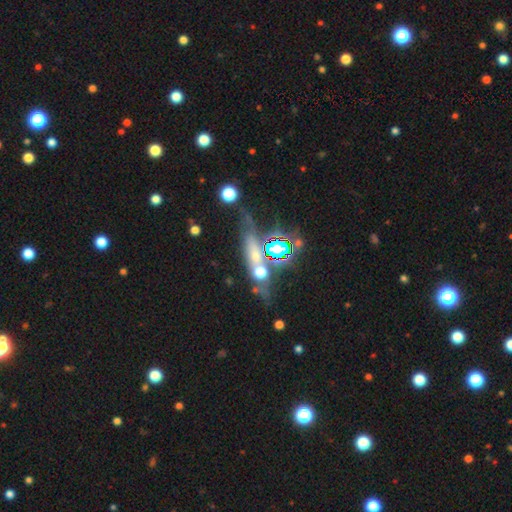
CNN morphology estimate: smooth-or-featured: smooth: 39% | star or artifact: 35% | featured or disk: 26%
  merging: none: 59% | merger: 16% | minor disturbance: 15% | major disturbance: 10%